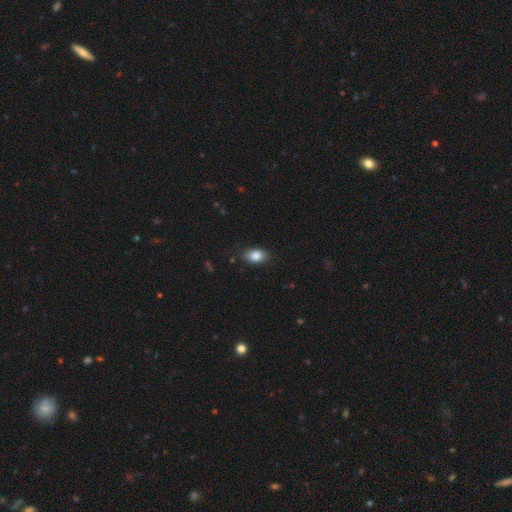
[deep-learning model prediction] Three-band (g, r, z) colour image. It shows a smooth galaxy with no disk features (85%) that is in between round and cigar-shaped (84%). Merging: none (83%).